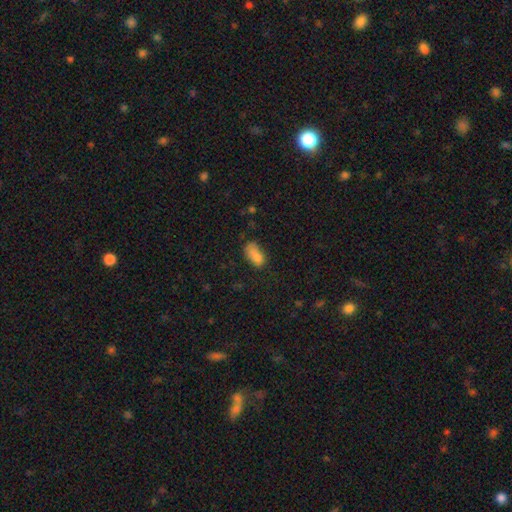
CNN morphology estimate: Smooth or featured: smooth — 81% (star or artifact — 10%)
How rounded: in between — 90% (cigar-shaped — 5%)
Merging: none — 48% (minor disturbance — 29%)